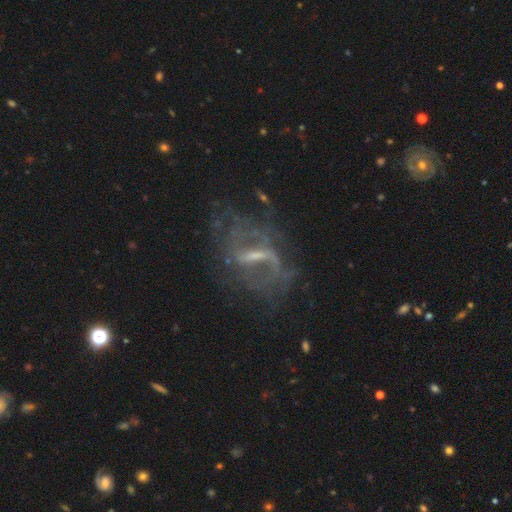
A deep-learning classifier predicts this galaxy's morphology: This appears to be a featured or disk galaxy (80%) with a strong bar (52%), 2 (59%) loose (55%) spiral arms (71%) and a small central bulge (46%). Merging: none (54%).